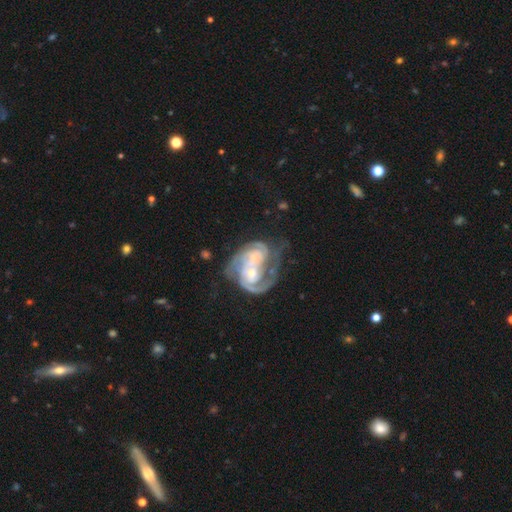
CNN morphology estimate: smooth-or-featured: featured or disk: 84% | smooth: 10% | star or artifact: 5%
  disk-edge-on: no: 98% | yes: 2%
    bar: no: 64% | weak: 28% | strong: 8%
    has-spiral-arms: yes: 93% | no: 7%
      spiral-winding: tight: 51% | medium: 36% | loose: 13%
      spiral-arm-count: 2: 45% | can't tell: 21% | 1: 14% | 3: 12% | 4: 4% | more than 4: 3%
    bulge-size: small: 47% | moderate: 40% | large: 5% | none: 5% | dominant: 2%
  merging: merger: 41% | none: 25% | major disturbance: 21% | minor disturbance: 13%